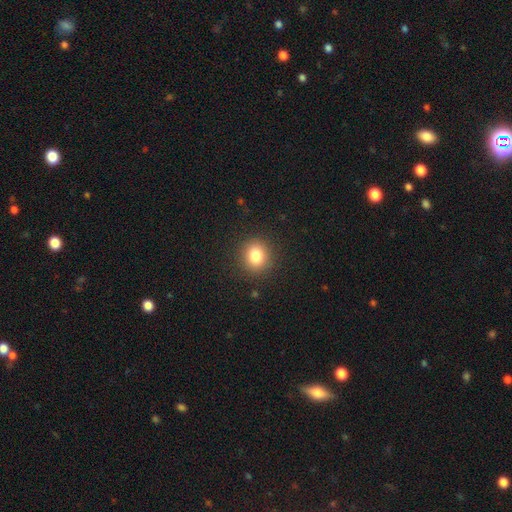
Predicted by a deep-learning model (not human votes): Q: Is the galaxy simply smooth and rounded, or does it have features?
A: smooth — 82%.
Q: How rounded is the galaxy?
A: round — 83%.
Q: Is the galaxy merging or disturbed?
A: none — 90%.